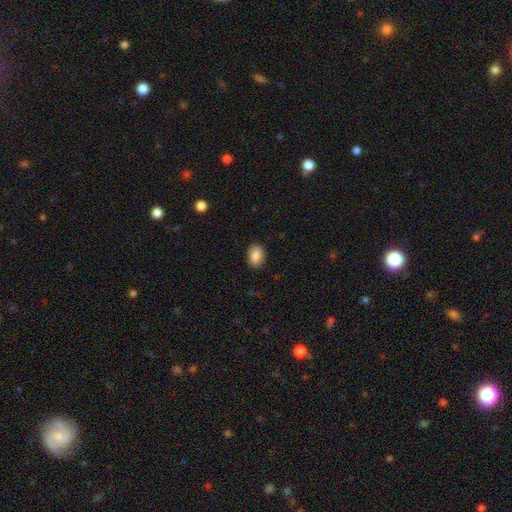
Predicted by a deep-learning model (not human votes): A smooth galaxy with no disk features (87%) that is in between round and cigar-shaped (83%). Merging: none (88%).